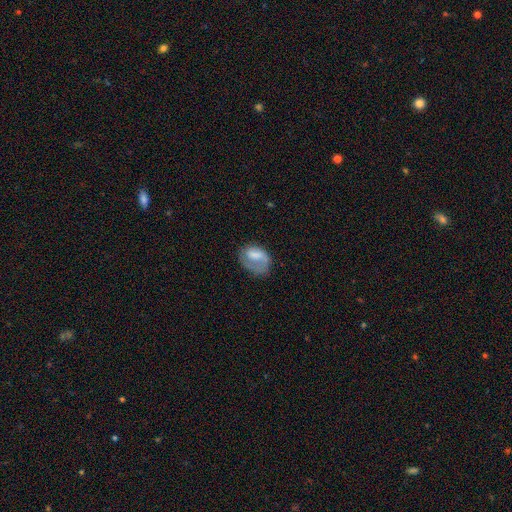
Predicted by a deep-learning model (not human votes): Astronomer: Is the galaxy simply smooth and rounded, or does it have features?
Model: smooth — 54% (runner-up: featured or disk, 38%).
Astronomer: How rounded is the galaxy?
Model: in between — 73%.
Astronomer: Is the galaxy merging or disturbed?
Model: none — 41% (runner-up: major disturbance, 31%).